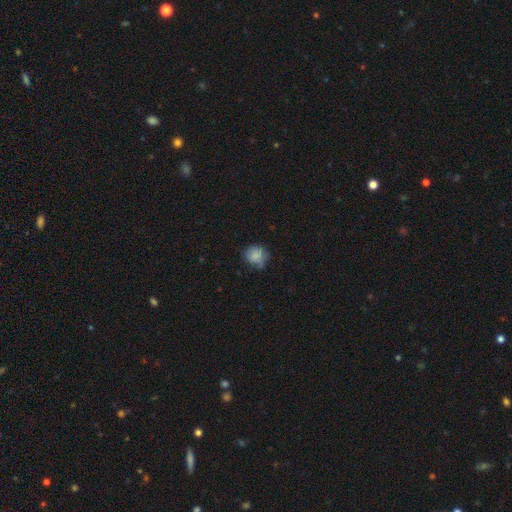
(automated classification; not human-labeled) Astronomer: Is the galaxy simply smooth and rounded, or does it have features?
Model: smooth — 79%.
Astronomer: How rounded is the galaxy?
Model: round — 78%.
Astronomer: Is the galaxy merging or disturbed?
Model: none — 58%.